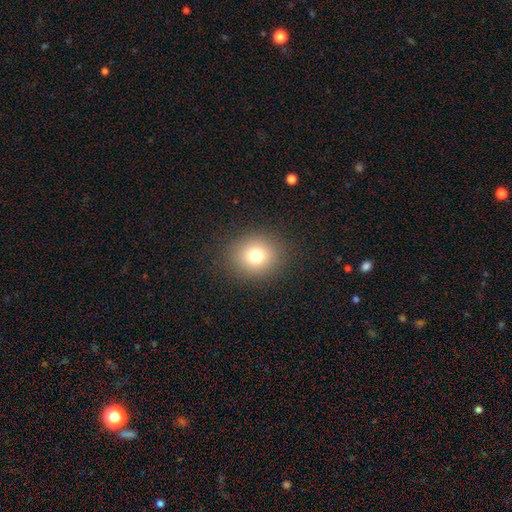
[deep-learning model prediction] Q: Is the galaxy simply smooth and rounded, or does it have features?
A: smooth — 76%.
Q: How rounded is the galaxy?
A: round — 77%.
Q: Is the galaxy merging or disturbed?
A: none — 89%.